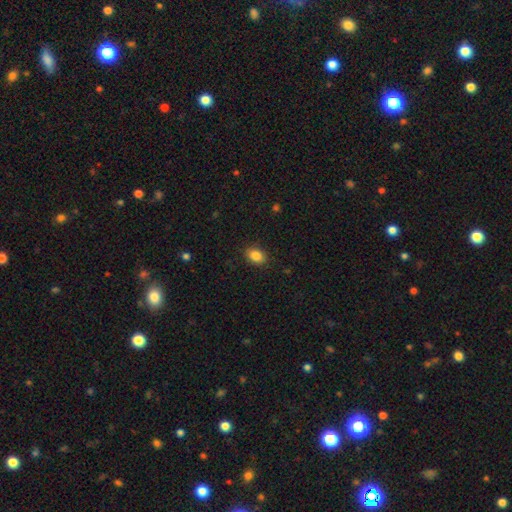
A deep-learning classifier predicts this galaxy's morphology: This is clearly a smooth galaxy (86%). How rounded: likely in between (72%). Merging: clearly none (89%).